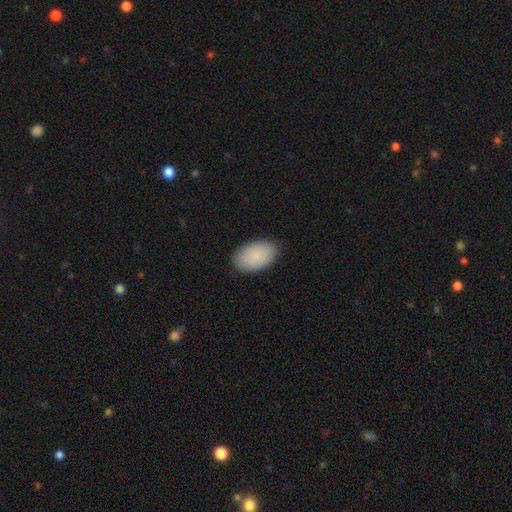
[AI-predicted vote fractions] Smooth or featured? smooth (88%)
How rounded? in between (94%)
Merging? none (88%)